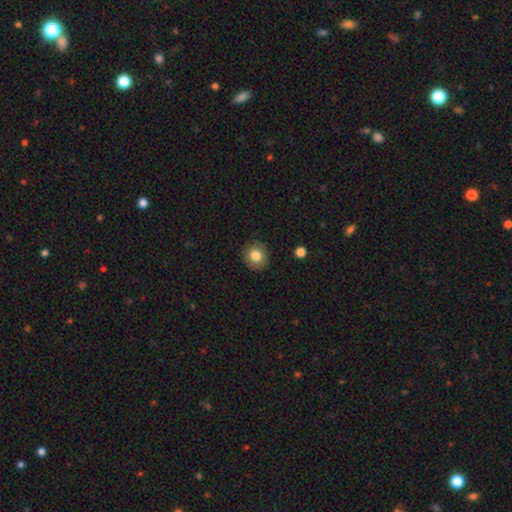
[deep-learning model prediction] The model was most divided on "how rounded": round: 85%, in between: 14%, cigar-shaped: 1%. More confident: merging — none (89%); smooth or featured — smooth (82%).